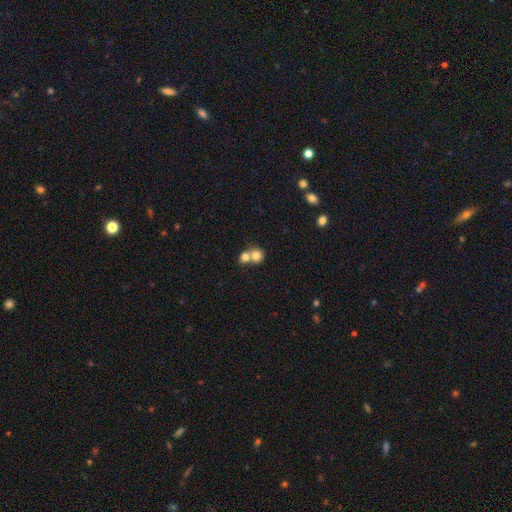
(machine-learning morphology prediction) smooth_or_featured: smooth (p=0.77) [alt: featured or disk p=0.13]
how_rounded: round (p=0.79) [alt: in between p=0.20]
merging: merger (p=0.59) [alt: none p=0.33]